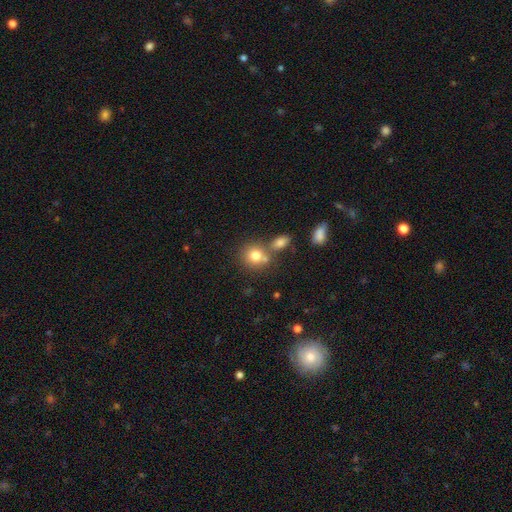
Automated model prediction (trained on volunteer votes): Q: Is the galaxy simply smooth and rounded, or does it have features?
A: smooth — 78%.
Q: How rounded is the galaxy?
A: round — 81%.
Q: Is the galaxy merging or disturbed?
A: none — 53%.